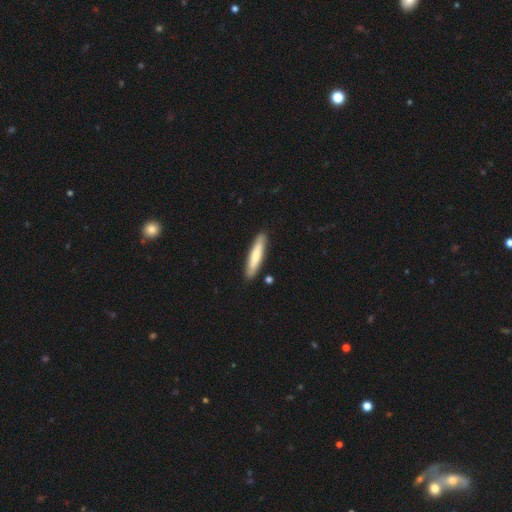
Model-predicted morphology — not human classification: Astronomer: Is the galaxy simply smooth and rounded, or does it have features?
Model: smooth — 72%.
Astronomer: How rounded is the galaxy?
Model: cigar-shaped — 87%.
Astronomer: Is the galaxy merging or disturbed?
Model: none — 88%.